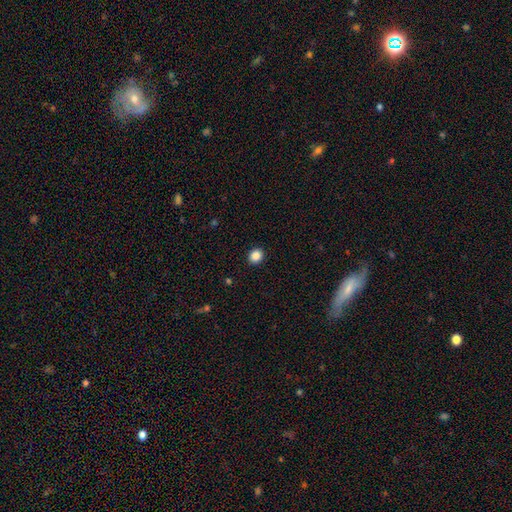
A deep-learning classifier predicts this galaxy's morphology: smooth-or-featured: smooth: 87% | star or artifact: 10% | featured or disk: 3%
  how-rounded: round: 68% | in between: 31% | cigar-shaped: 1%
  merging: none: 92% | minor disturbance: 6% | major disturbance: 2% | merger: 1%